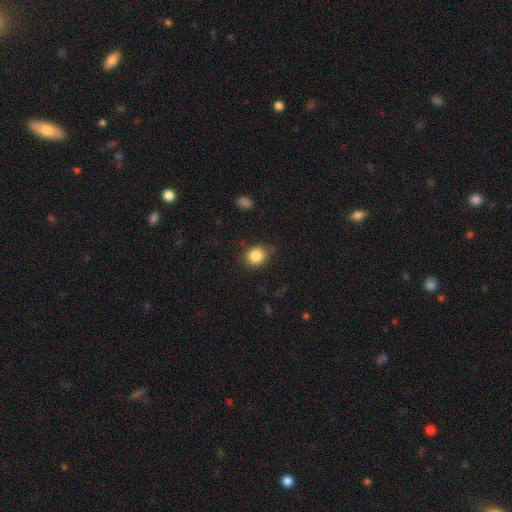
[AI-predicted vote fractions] This is clearly a smooth galaxy (85%). How rounded: likely round (73%). Merging: likely none (78%).